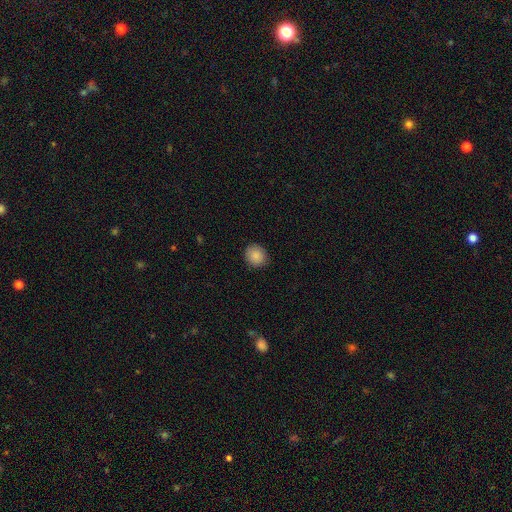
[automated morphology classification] A smooth galaxy with no disk features (87%) that is round (81%).

Vote fractions:
- Smooth or featured? smooth: 87% / star or artifact: 8% / featured or disk: 4%
- How rounded? round: 81% / in between: 18% / cigar-shaped: 1%
- Merging? none: 88% / minor disturbance: 9% / major disturbance: 2% / merger: 1%